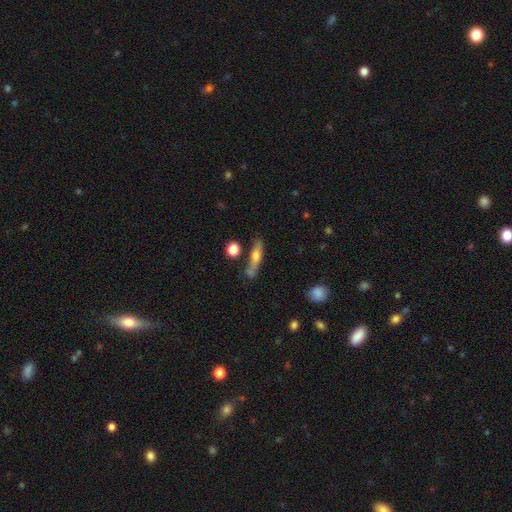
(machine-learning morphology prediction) This is possibly a smooth galaxy (55%). How rounded: likely cigar-shaped (74%). Merging: likely none (64%).